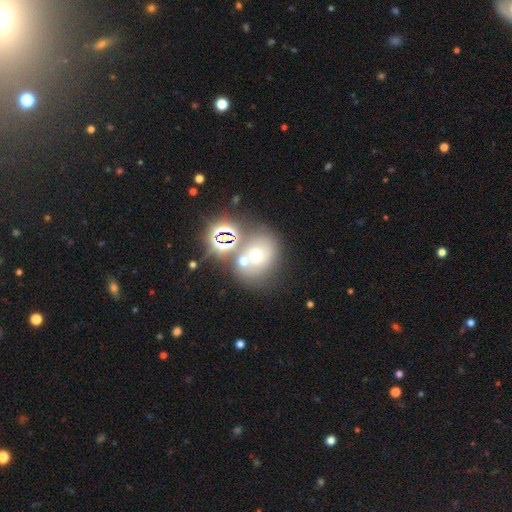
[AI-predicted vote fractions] This appears to be a smooth galaxy with no disk features (44%). Merging: none (49%).